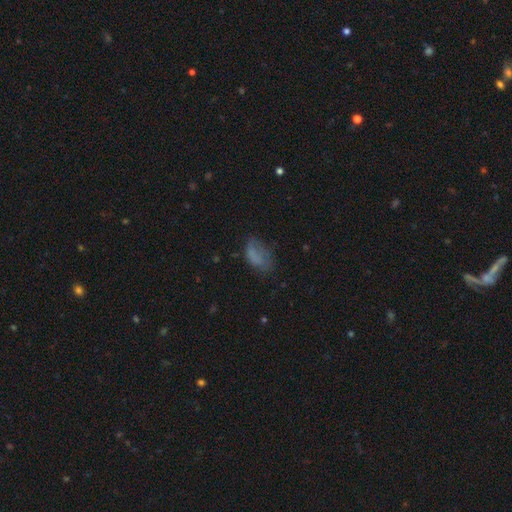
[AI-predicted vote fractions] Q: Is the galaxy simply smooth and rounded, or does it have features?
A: smooth — 69%.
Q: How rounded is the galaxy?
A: in between — 91%.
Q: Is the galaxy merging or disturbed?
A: none — 45%.